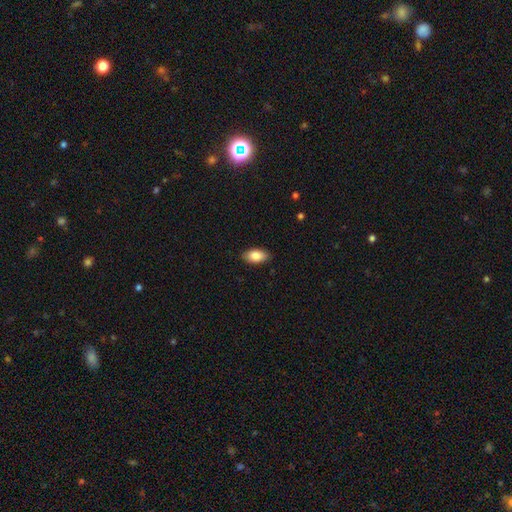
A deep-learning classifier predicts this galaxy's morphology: smooth-or-featured: smooth: 86% | featured or disk: 8% | star or artifact: 7%
  how-rounded: in between: 93% | round: 3% | cigar-shaped: 3%
  merging: none: 88% | minor disturbance: 9% | major disturbance: 2% | merger: 1%